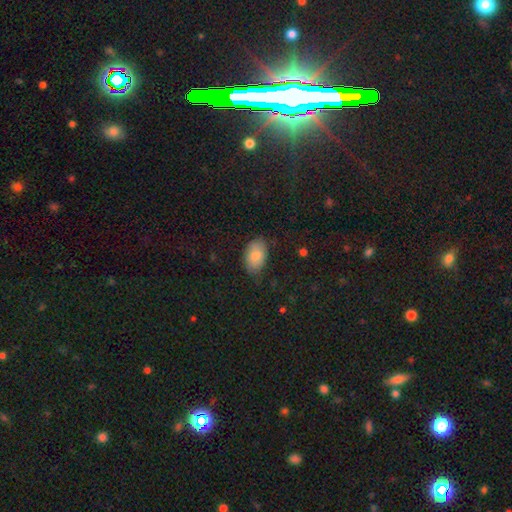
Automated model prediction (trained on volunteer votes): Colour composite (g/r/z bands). It shows a smooth galaxy with no disk features (83%) that is in between round and cigar-shaped (92%). Merging: none (75%).